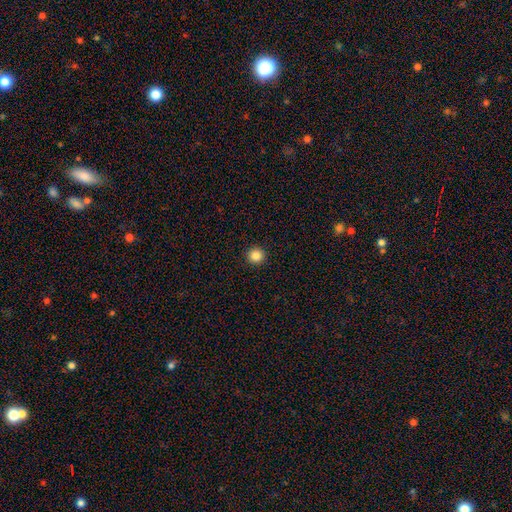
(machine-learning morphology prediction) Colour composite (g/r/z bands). It shows a smooth galaxy with no disk features (85%) that is round (96%). Merging: none (94%).